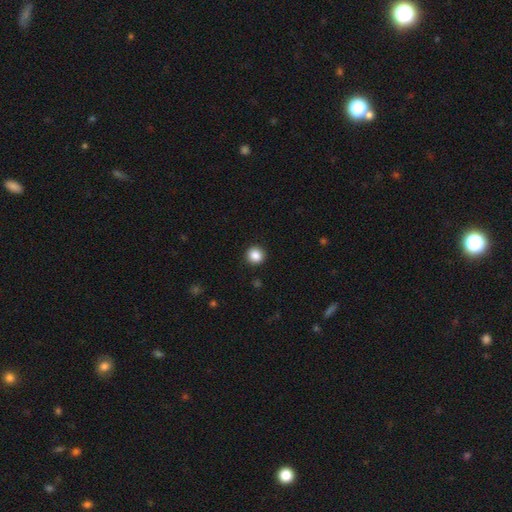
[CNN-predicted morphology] This is clearly a smooth galaxy (87%). How rounded: clearly round (92%). Merging: clearly none (92%).